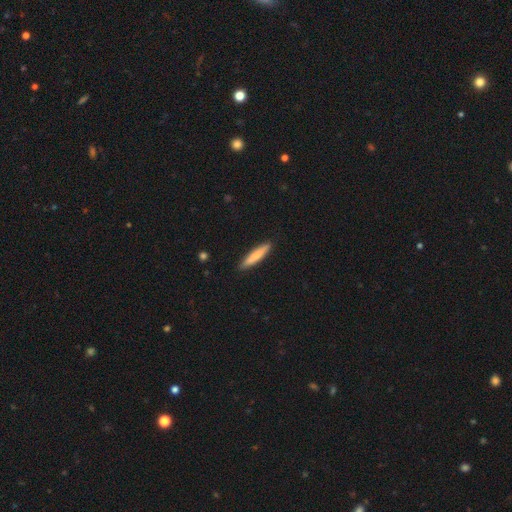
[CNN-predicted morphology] smooth-or-featured: smooth: 78% | featured or disk: 17% | star or artifact: 5%
  how-rounded: cigar-shaped: 90% | in between: 9% | round: 1%
  merging: none: 89% | minor disturbance: 8% | major disturbance: 2% | merger: 1%